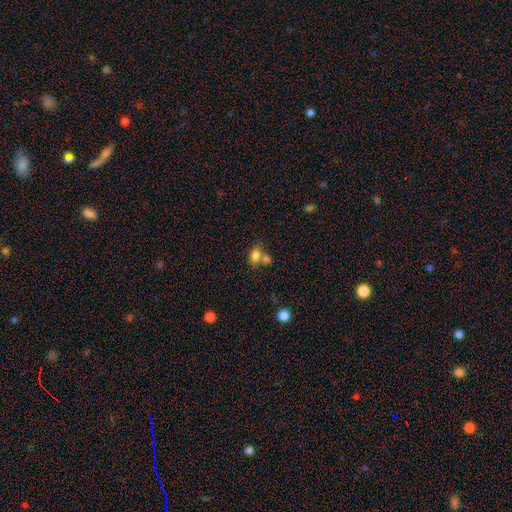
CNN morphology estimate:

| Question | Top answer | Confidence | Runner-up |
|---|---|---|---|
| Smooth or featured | smooth | 79% | star or artifact (11%) |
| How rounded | in between | 74% | round (24%) |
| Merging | merger | 44% | none (40%) |